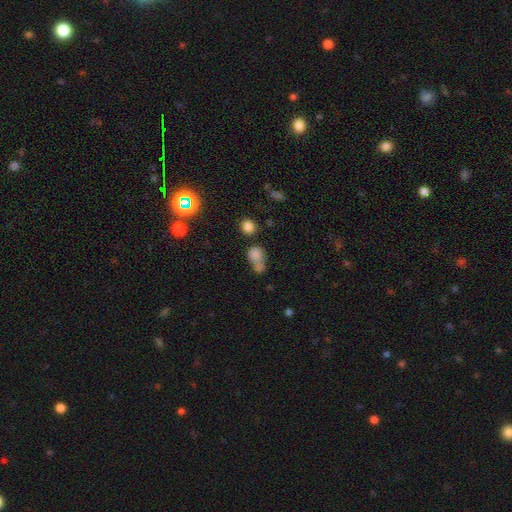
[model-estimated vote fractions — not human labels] smooth 75%, star or artifact 14%, featured or disk 11%. Down the decision tree: how rounded — round (52%); merging — merger (49%).